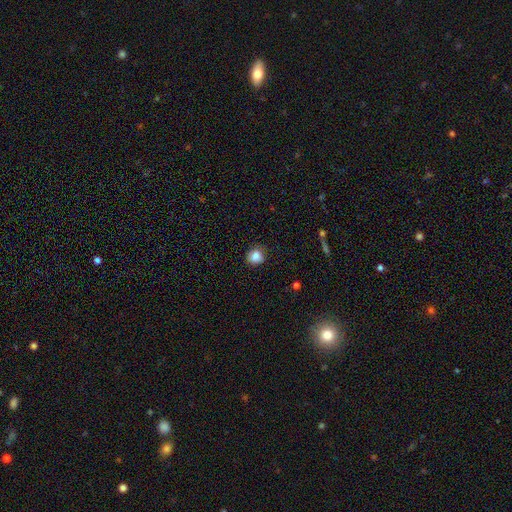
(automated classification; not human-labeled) smooth 85%, star or artifact 10%, featured or disk 5%. Down the decision tree: how rounded — round (82%); merging — none (83%).